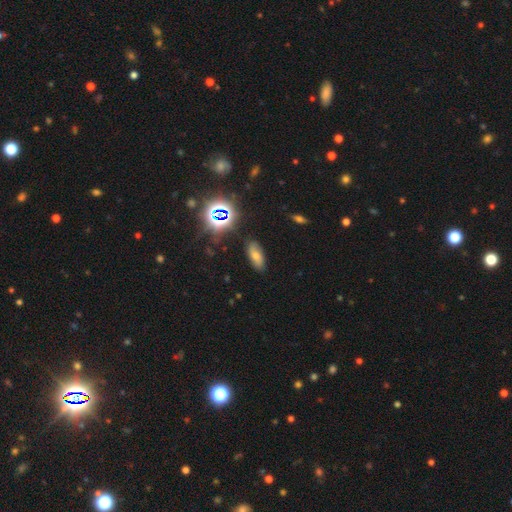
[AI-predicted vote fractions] This appears to be a smooth galaxy with no disk features (49%). Merging: none (85%).